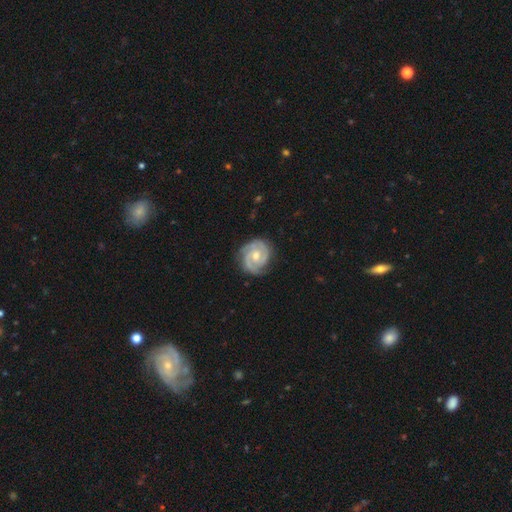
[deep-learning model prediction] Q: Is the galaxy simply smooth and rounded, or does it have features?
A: featured or disk — 89%.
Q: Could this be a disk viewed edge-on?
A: no — 98%.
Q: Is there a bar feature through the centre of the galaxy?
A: no — 64%.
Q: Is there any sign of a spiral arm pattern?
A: yes — 98%.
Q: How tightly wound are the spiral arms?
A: tight — 68%.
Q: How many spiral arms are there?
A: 2 — 64%.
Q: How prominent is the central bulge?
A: moderate — 64%.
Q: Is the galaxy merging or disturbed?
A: none — 80%.